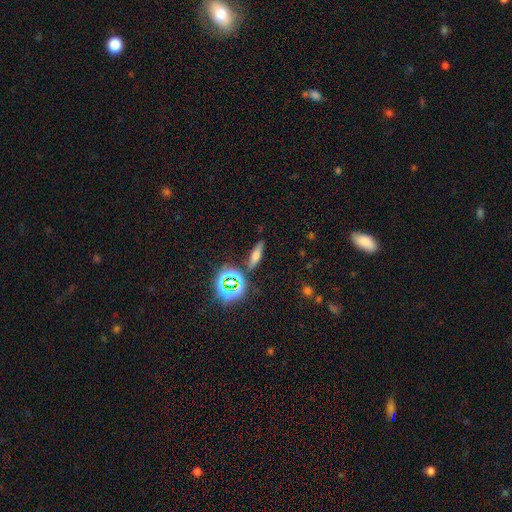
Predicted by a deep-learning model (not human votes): Smooth or featured? smooth (53%)
How rounded? cigar-shaped (57%)
Merging? none (82%)